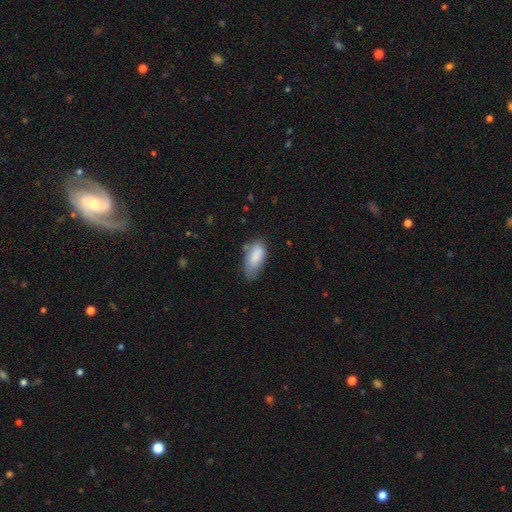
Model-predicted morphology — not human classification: smooth 84%, featured or disk 9%, star or artifact 7%. Down the decision tree: how rounded — in between (89%); merging — none (52%).